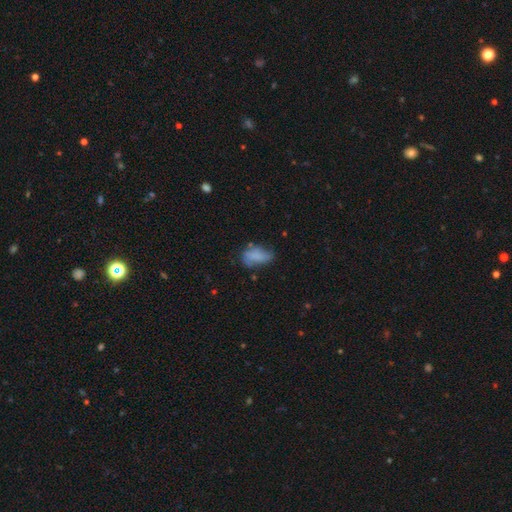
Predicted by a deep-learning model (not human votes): This appears to be a smooth galaxy with no disk features (73%) that is in between round and cigar-shaped (90%). Merging: none (40%).